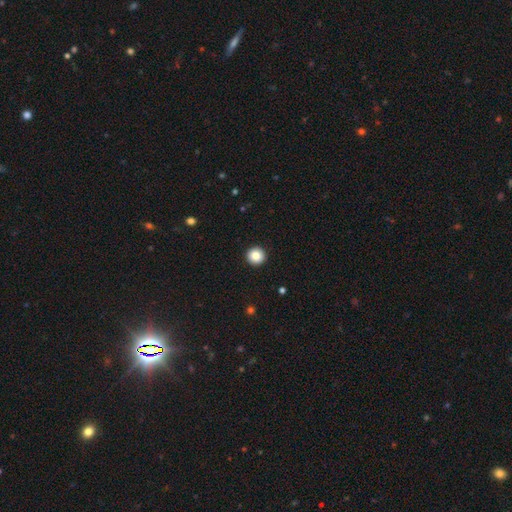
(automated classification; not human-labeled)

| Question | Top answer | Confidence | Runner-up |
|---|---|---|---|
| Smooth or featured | smooth | 85% | star or artifact (9%) |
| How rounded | round | 96% | in between (3%) |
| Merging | none | 94% | minor disturbance (4%) |